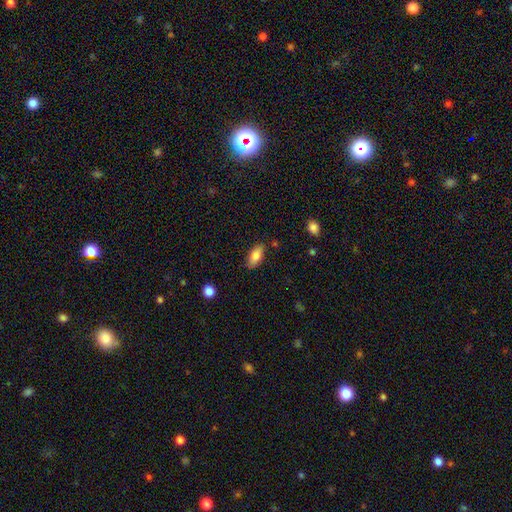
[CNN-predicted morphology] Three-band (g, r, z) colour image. It shows a smooth galaxy with no disk features (81%) that is in between round and cigar-shaped (88%). Merging: none (82%).